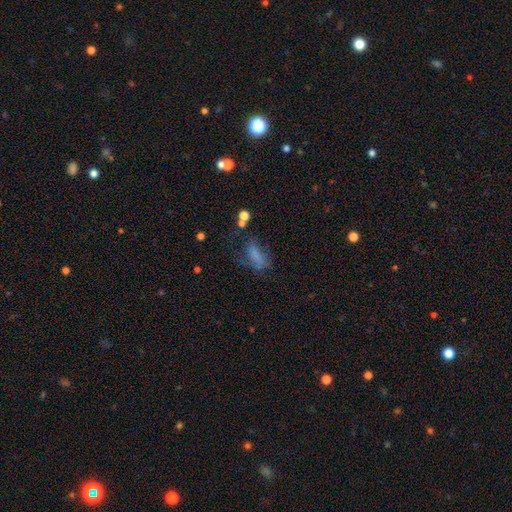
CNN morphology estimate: A smooth galaxy with no disk features (64%) that is in between round and cigar-shaped (74%). Merging: none (38%).